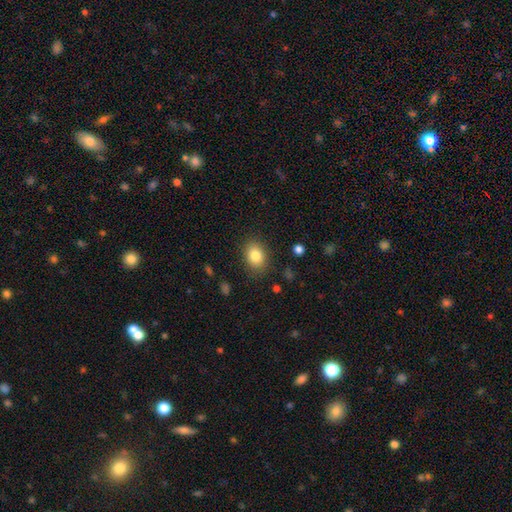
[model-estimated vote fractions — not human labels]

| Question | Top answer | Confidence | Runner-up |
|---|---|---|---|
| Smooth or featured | smooth | 83% | star or artifact (9%) |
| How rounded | in between | 70% | round (29%) |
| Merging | none | 85% | minor disturbance (11%) |